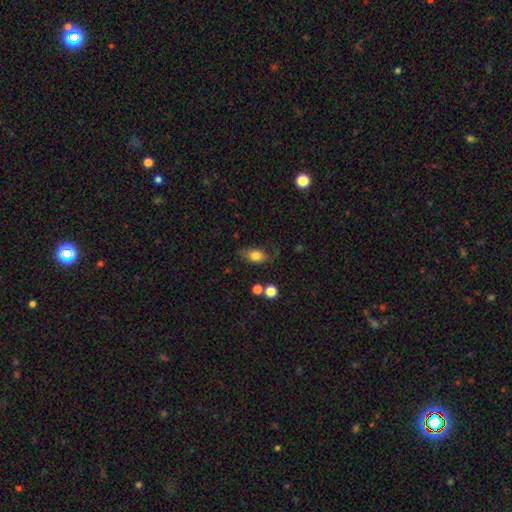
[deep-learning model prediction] smooth_or_featured: smooth (p=0.77) [alt: featured or disk p=0.14]
how_rounded: in between (p=0.81) [alt: round p=0.16]
merging: none (p=0.68) [alt: minor disturbance p=0.21]